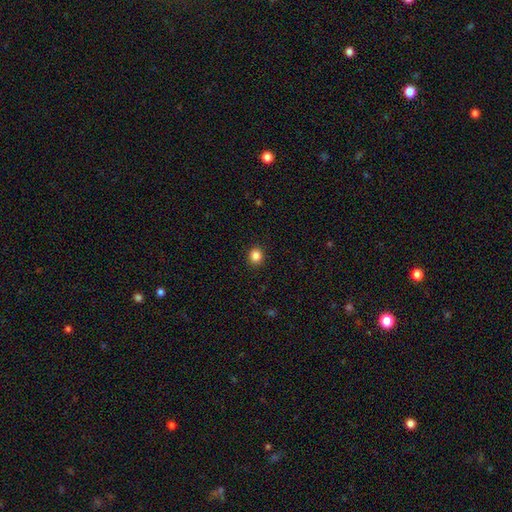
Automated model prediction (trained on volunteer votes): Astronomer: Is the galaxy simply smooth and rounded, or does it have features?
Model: smooth — 85%.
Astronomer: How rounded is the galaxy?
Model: round — 81%.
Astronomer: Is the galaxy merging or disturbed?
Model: none — 92%.